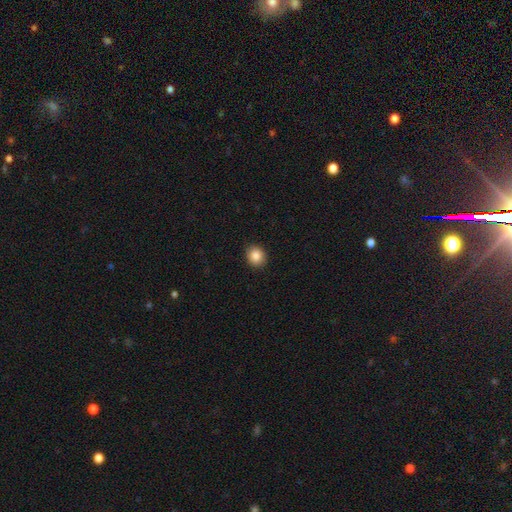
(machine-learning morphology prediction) Smooth or featured?
  - smooth: 86% *
  - star or artifact: 9%
  - featured or disk: 4%
How rounded?
  - round: 71% *
  - in between: 28%
  - cigar-shaped: 1%
Merging?
  - none: 91% *
  - minor disturbance: 7%
  - major disturbance: 2%
  - merger: 1%